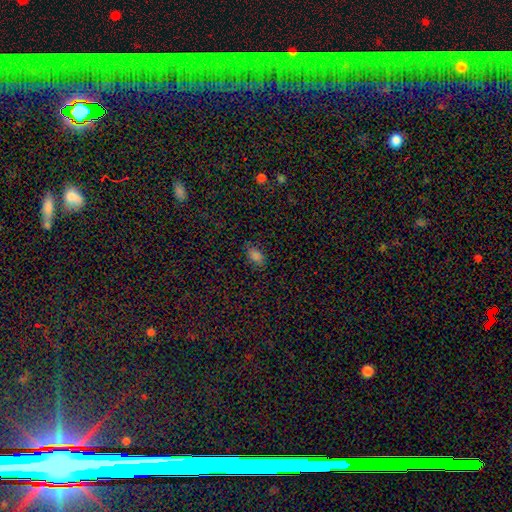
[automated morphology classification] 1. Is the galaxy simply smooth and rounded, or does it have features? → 79% smooth, 16% star or artifact, 5% featured or disk.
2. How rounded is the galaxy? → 91% in between, 5% round, 3% cigar-shaped.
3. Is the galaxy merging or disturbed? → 79% none, 16% minor disturbance, 4% major disturbance, 1% merger.